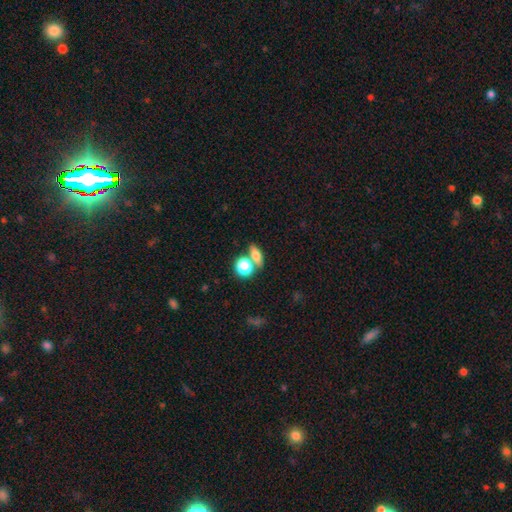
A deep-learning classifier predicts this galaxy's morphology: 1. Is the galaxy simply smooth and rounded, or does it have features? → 70% smooth, 18% featured or disk, 12% star or artifact.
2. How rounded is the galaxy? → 54% in between, 29% round, 17% cigar-shaped.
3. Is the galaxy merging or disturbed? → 57% none, 30% merger, 9% minor disturbance, 4% major disturbance.